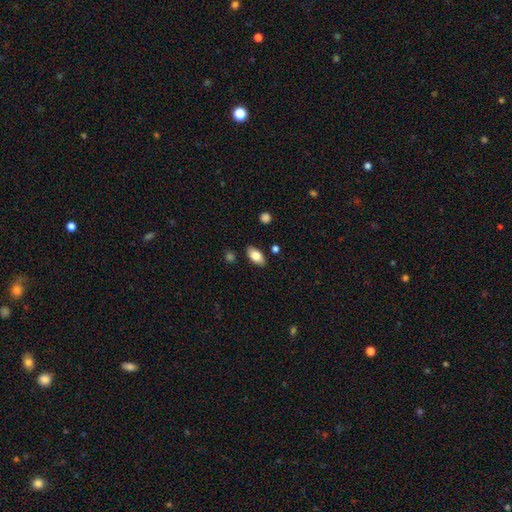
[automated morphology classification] smooth 80%, featured or disk 13%, star or artifact 7%. Down the decision tree: how rounded — in between (91%); merging — none (86%).